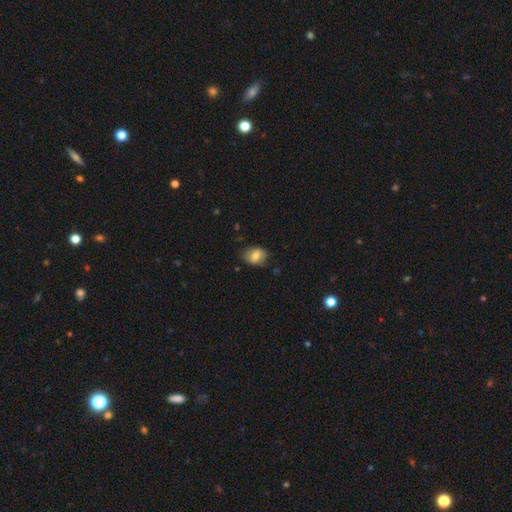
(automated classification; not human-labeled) Overall: smooth (72%). How rounded: in between (66%; round 33%). Merging: none (73%).